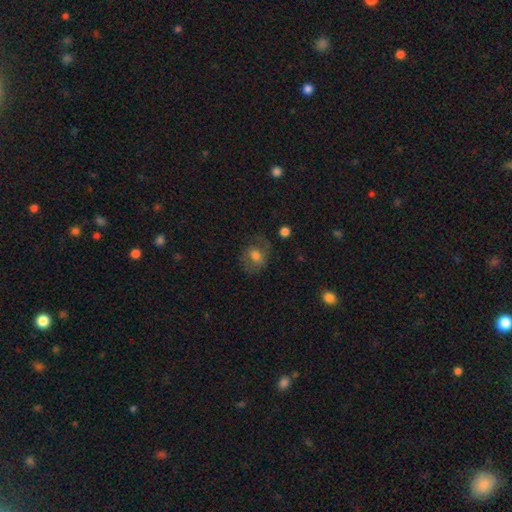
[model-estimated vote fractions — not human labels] A smooth galaxy with no disk features (58%) that is round (52%). Merging: none (65%).